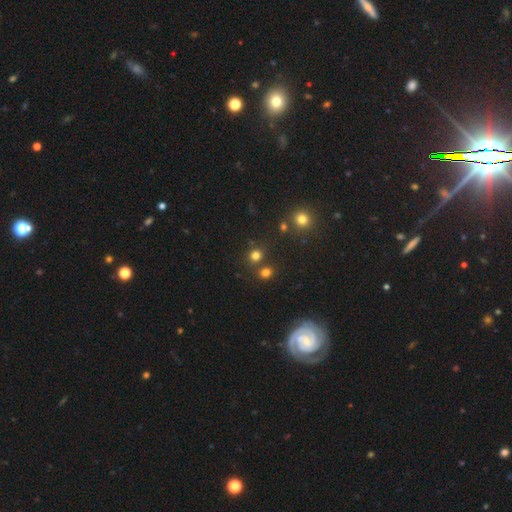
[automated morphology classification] smooth_or_featured: smooth (p=0.74) [alt: star or artifact p=0.20]
how_rounded: round (p=0.82) [alt: in between p=0.17]
merging: none (p=0.70) [alt: merger p=0.18]